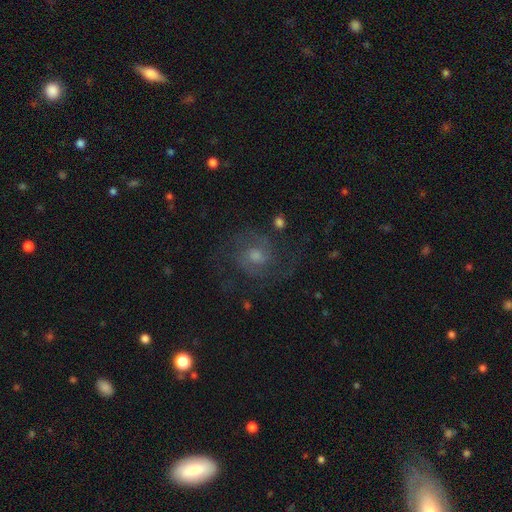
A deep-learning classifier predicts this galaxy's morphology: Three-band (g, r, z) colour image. It shows a featured or disk galaxy (75%) with no bar (57%), 2 (75%) medium (54%) spiral arms (93%) and a moderate central bulge (54%). Merging: none (70%).